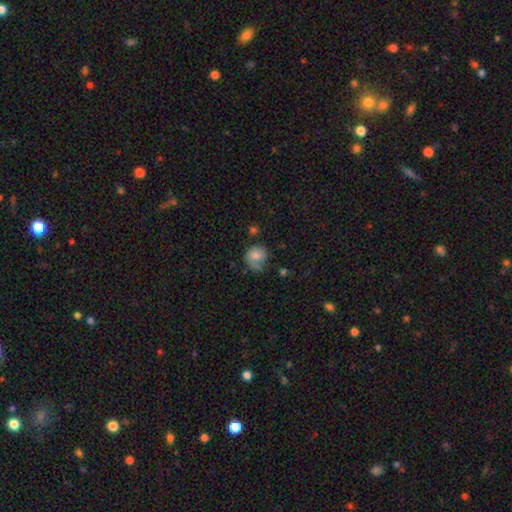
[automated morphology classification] This is likely a smooth galaxy (69%). How rounded: likely round (75%). Merging: possibly none (50%).